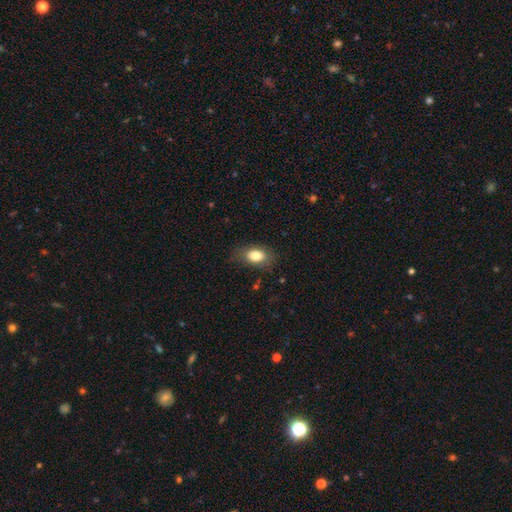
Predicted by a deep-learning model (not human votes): smooth 82%, featured or disk 10%, star or artifact 8%. Down the decision tree: how rounded — in between (86%); merging — none (77%).